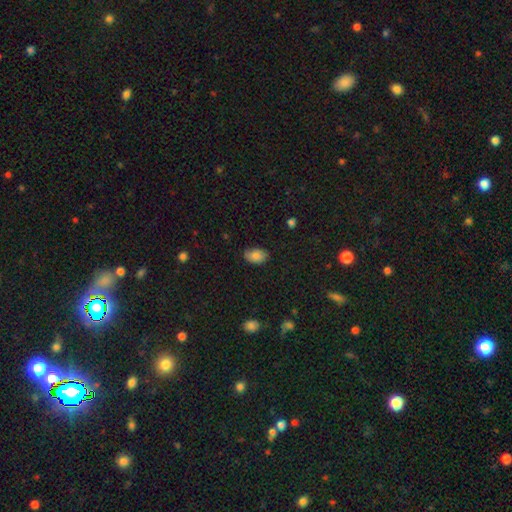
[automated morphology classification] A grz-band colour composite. It shows a smooth galaxy with no disk features (82%) that is in between round and cigar-shaped (90%). Merging: none (81%).